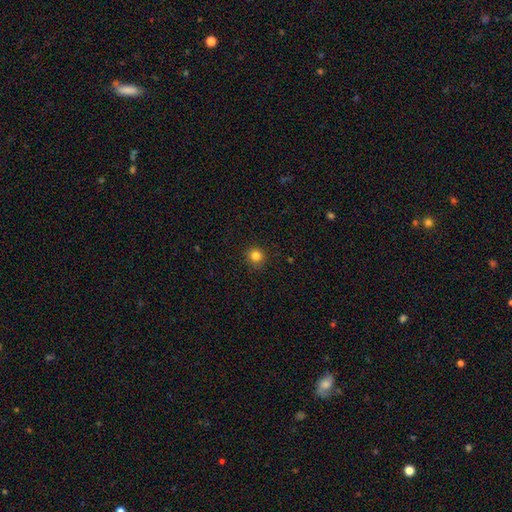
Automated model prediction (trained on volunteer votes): This appears to be a smooth galaxy with no disk features (83%) that is round (92%). Merging: none (90%).